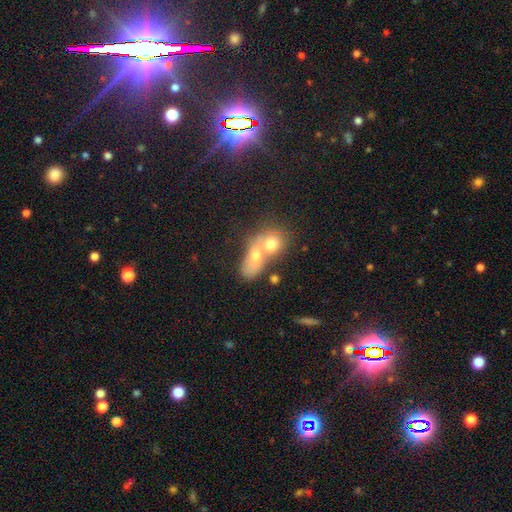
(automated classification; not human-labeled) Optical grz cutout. It shows a smooth galaxy with no disk features (66%) that is in between round and cigar-shaped (62%). Merging: merger (73%).